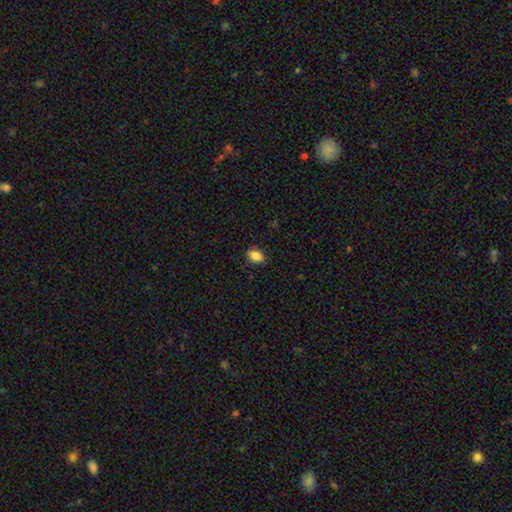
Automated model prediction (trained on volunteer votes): Q: Smooth or featured?
A: smooth (86%); runner-up: star or artifact (9%)
Q: How rounded?
A: in between (84%); runner-up: round (14%)
Q: Merging?
A: none (87%); runner-up: minor disturbance (10%)